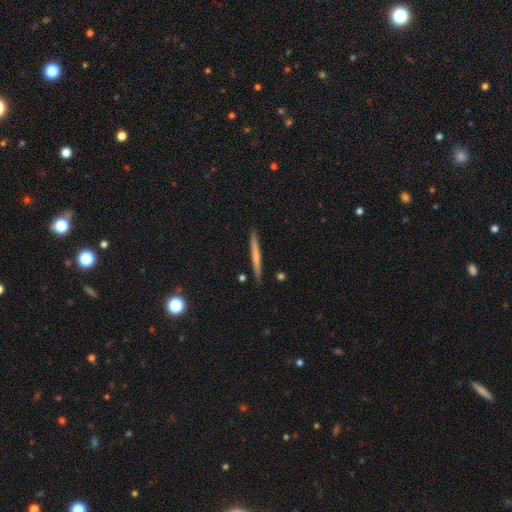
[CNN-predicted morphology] Smooth or featured? smooth (58%)
How rounded? cigar-shaped (97%)
Merging? none (90%)